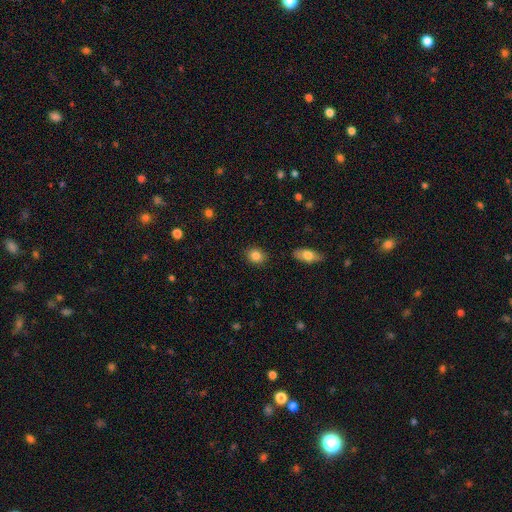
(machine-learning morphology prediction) The model was most divided on "how rounded": round: 62%, in between: 36%, cigar-shaped: 1%. More confident: merging — none (88%); smooth or featured — smooth (85%).